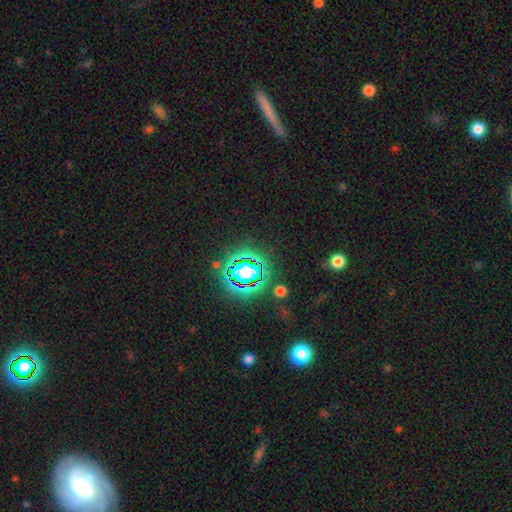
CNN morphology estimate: Smooth or featured? Predicted: star or artifact (p=0.74).